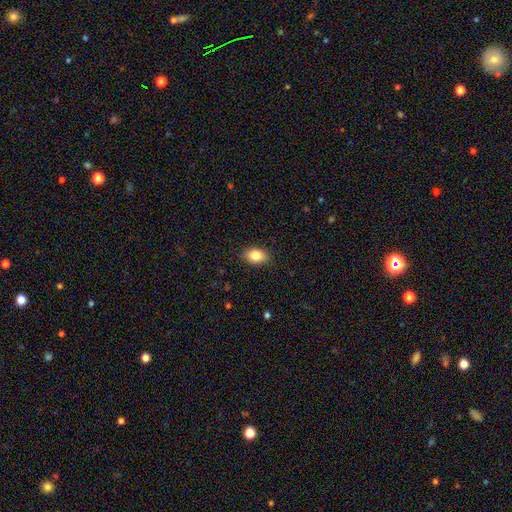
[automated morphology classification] smooth_or_featured: smooth (p=0.85) [alt: star or artifact p=0.08]
how_rounded: in between (p=0.83) [alt: round p=0.16]
merging: none (p=0.89) [alt: minor disturbance p=0.08]